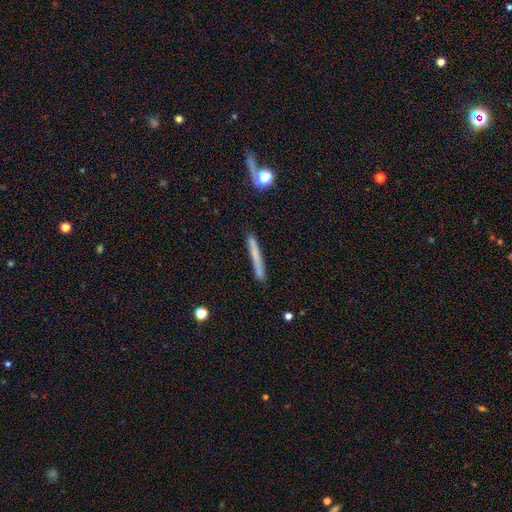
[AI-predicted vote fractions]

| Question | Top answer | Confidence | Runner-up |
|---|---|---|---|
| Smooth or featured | smooth | 64% | featured or disk (28%) |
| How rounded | cigar-shaped | 96% | in between (2%) |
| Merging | none | 85% | minor disturbance (10%) |